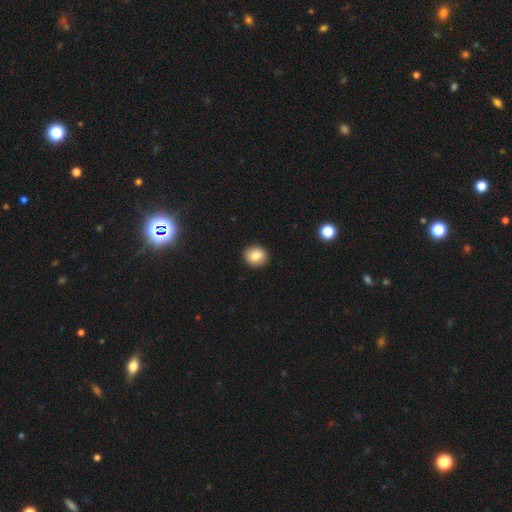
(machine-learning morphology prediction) smooth 83%, featured or disk 9%, star or artifact 9%. Down the decision tree: how rounded — round (83%); merging — none (92%).